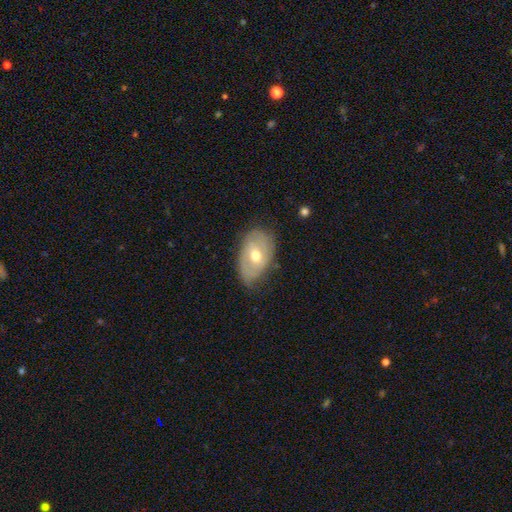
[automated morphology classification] Overall: featured or disk (49%; smooth 43%). Merging: none (65%; minor disturbance 27%).